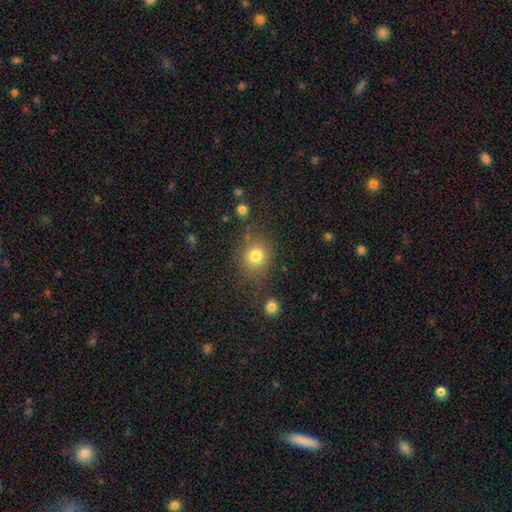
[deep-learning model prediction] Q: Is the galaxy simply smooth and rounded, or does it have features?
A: smooth — 79%.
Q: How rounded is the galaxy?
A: round — 82%.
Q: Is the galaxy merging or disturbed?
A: none — 77%.